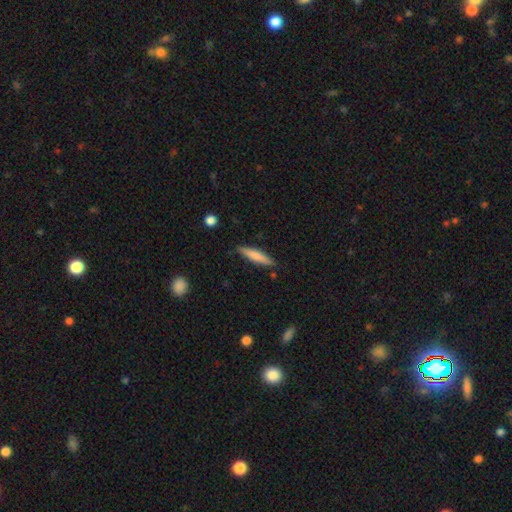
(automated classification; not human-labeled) Q: Smooth or featured?
A: smooth (74%); runner-up: featured or disk (21%)
Q: How rounded?
A: cigar-shaped (86%); runner-up: in between (13%)
Q: Merging?
A: none (86%); runner-up: minor disturbance (10%)